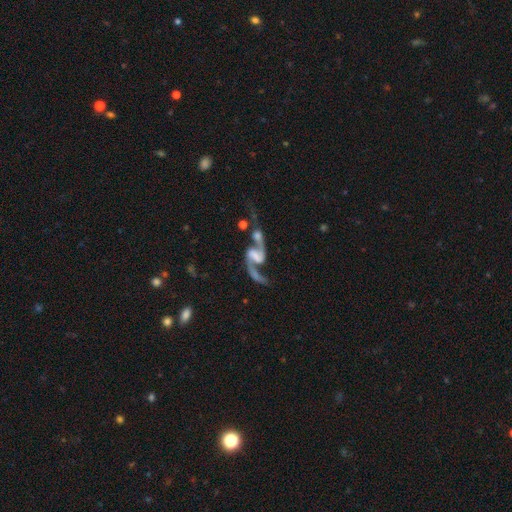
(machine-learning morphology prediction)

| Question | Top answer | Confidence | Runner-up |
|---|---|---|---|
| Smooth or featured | featured or disk | 88% | smooth (6%) |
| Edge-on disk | no | 97% | yes (3%) |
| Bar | weak | 42% | strong (30%) |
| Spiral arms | yes | 95% | no (5%) |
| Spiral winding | loose | 79% | medium (17%) |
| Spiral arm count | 2 | 92% | 1 (3%) |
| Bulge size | none | 54% | small (19%) |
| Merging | none | 38% | merger (32%) |